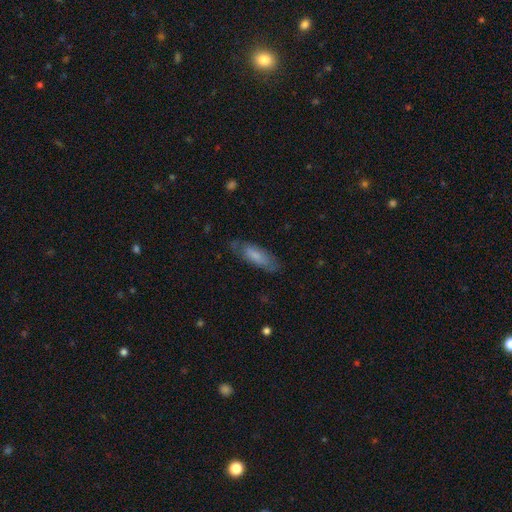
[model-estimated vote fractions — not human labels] Smooth or featured: smooth — 68% (featured or disk — 26%)
How rounded: in between — 58% (cigar-shaped — 40%)
Merging: none — 73% (minor disturbance — 19%)